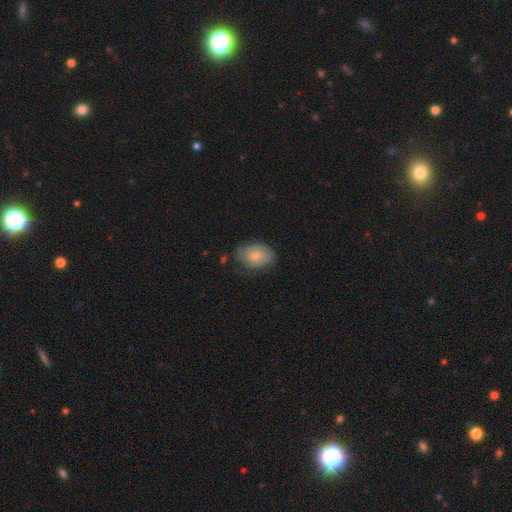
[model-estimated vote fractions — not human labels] smooth-or-featured: smooth: 53% | featured or disk: 40% | star or artifact: 7%
  how-rounded: in between: 76% | round: 23% | cigar-shaped: 1%
  merging: none: 61% | minor disturbance: 28% | major disturbance: 9% | merger: 2%